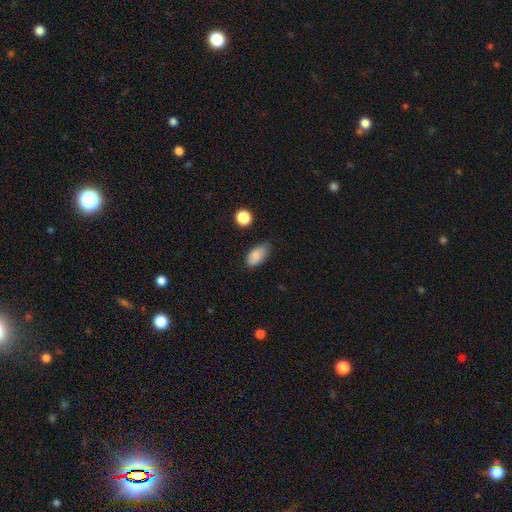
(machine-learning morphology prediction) Smooth or featured: smooth — 82% (featured or disk — 10%)
How rounded: in between — 92% (round — 5%)
Merging: none — 65% (minor disturbance — 28%)